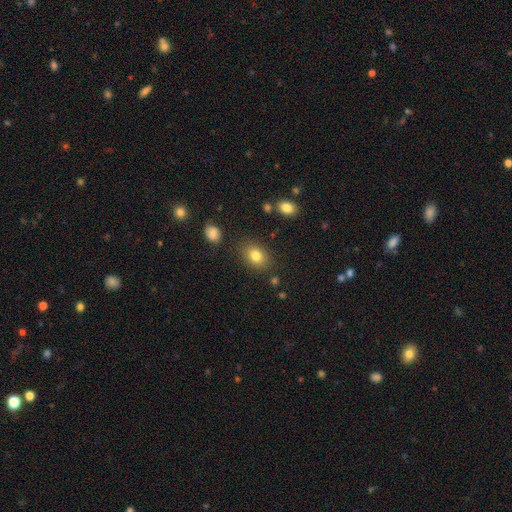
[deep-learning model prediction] Smooth or featured? smooth (81%)
How rounded? in between (71%)
Merging? none (83%)